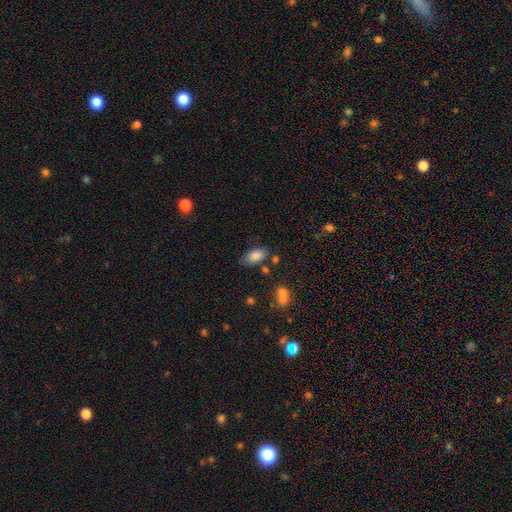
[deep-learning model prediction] Morphology: type=smooth (85%); roundness=in between (92%); merging=none (69%).